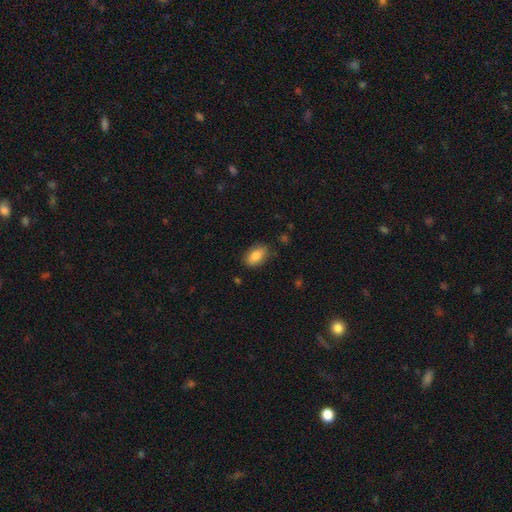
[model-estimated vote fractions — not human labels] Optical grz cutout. It shows a smooth galaxy with no disk features (85%) that is in between round and cigar-shaped (91%). Merging: none (83%).